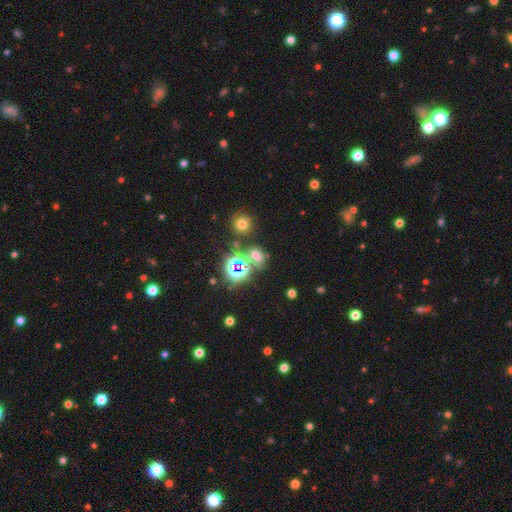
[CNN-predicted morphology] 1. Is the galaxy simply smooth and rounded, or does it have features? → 48% star or artifact, 41% smooth, 11% featured or disk.